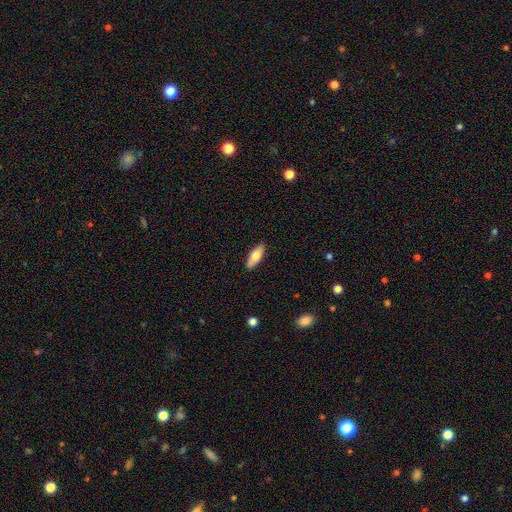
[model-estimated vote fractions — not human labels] Overall: smooth (69%). How rounded: in between (70%). Merging: none (88%).